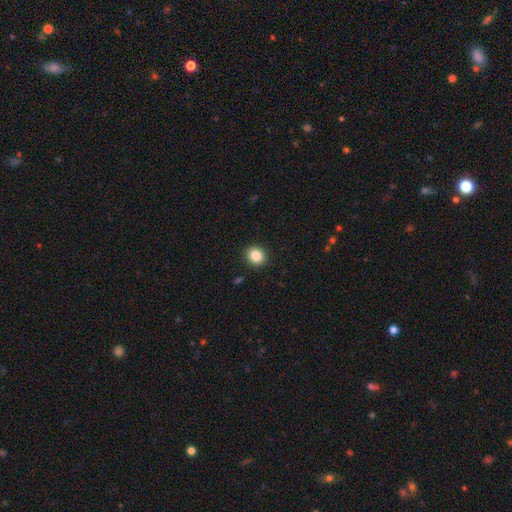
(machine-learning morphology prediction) This appears to be a smooth galaxy with no disk features (85%) that is round (80%). Merging: none (92%).